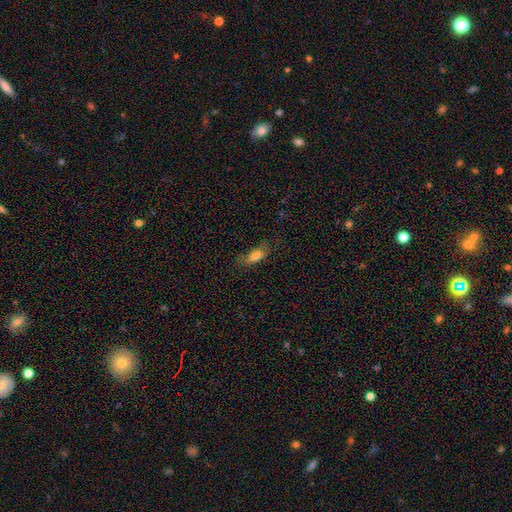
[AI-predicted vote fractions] smooth_or_featured: smooth (p=0.77) [alt: featured or disk p=0.14]
how_rounded: in between (p=0.72) [alt: cigar-shaped p=0.24]
merging: none (p=0.66) [alt: minor disturbance p=0.23]